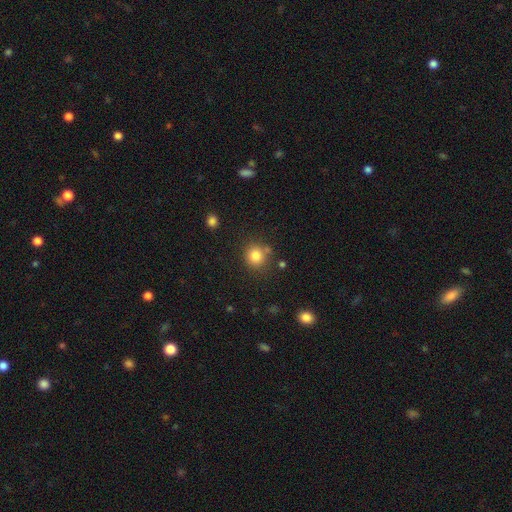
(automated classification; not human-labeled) Morphology: type=smooth (82%); roundness=round (88%); merging=none (77%).